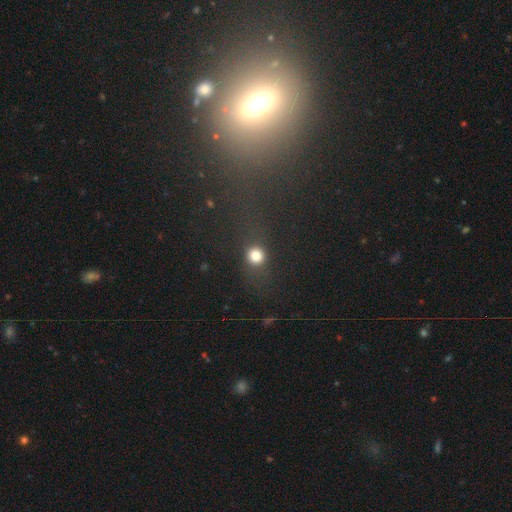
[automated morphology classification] Q: Smooth or featured?
A: smooth (76%); runner-up: star or artifact (15%)
Q: How rounded?
A: round (80%); runner-up: in between (17%)
Q: Merging?
A: none (74%); runner-up: minor disturbance (12%)